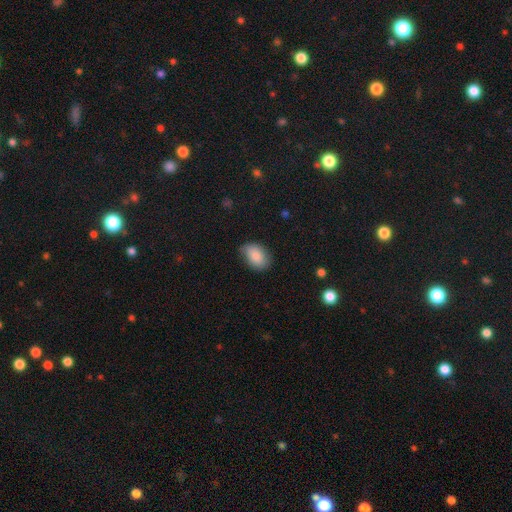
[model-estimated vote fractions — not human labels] Overall: smooth (84%). How rounded: in between (82%). Merging: none (69%).